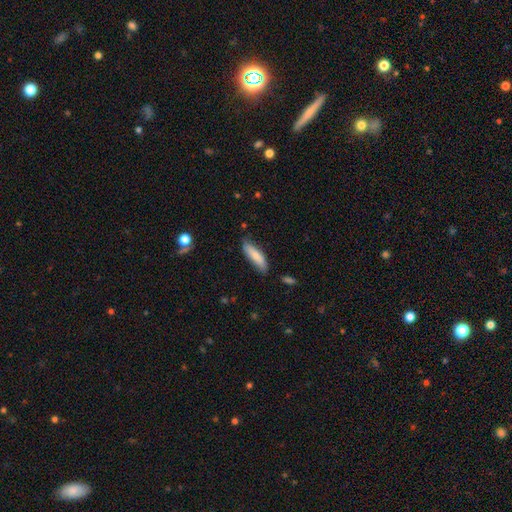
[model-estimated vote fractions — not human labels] Smooth or featured? Predicted: smooth (p=0.74). How rounded? Predicted: cigar-shaped (p=0.64). Merging? Predicted: none (p=0.75).